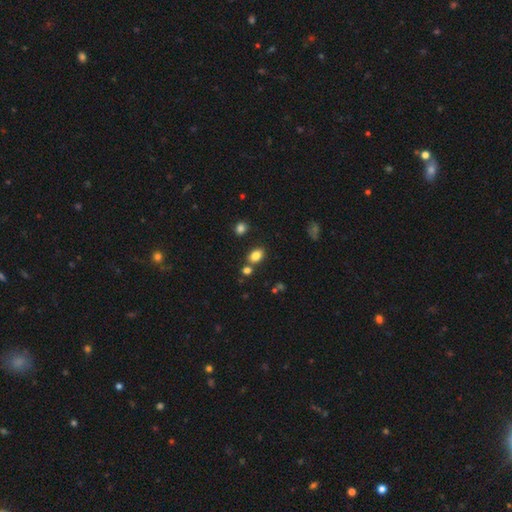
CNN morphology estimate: This appears to be a smooth galaxy with no disk features (82%) that is in between round and cigar-shaped (80%). Merging: none (70%).